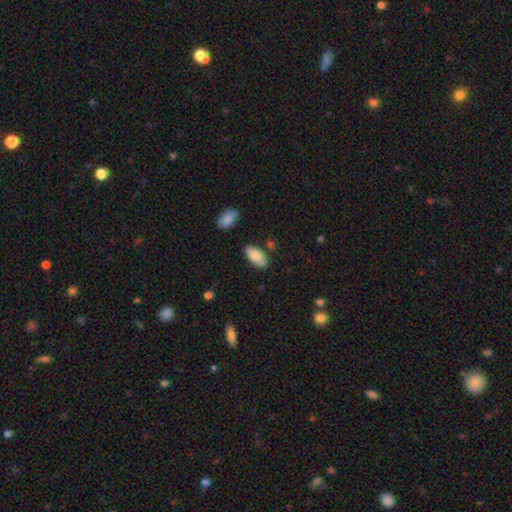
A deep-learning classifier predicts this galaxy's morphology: Overall: smooth (83%). How rounded: in between (94%). Merging: none (79%).